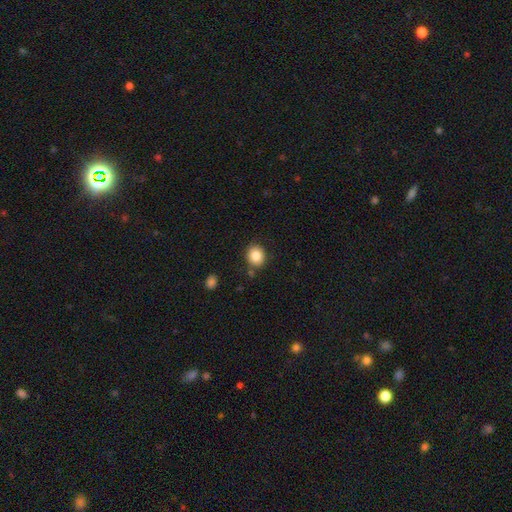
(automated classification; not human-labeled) This is clearly a smooth galaxy (84%). How rounded: likely round (70%). Merging: clearly none (81%).